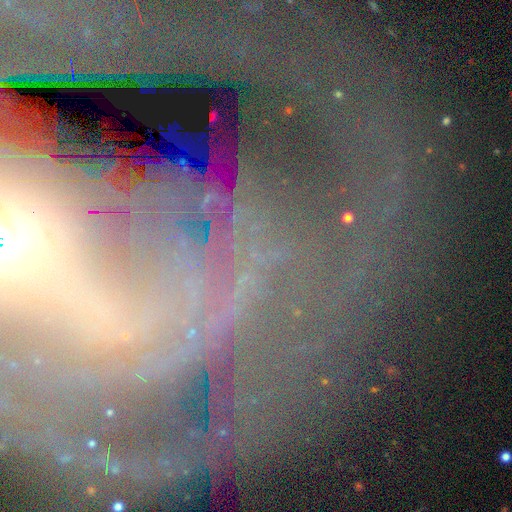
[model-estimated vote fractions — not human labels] Overall: star or artifact (49%; featured or disk 38%).